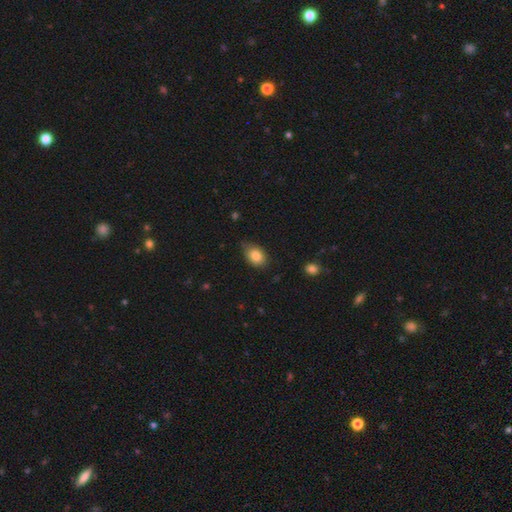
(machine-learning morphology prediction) smooth_or_featured: smooth (p=0.84) [alt: featured or disk p=0.08]
how_rounded: in between (p=0.80) [alt: round p=0.19]
merging: none (p=0.65) [alt: minor disturbance p=0.29]